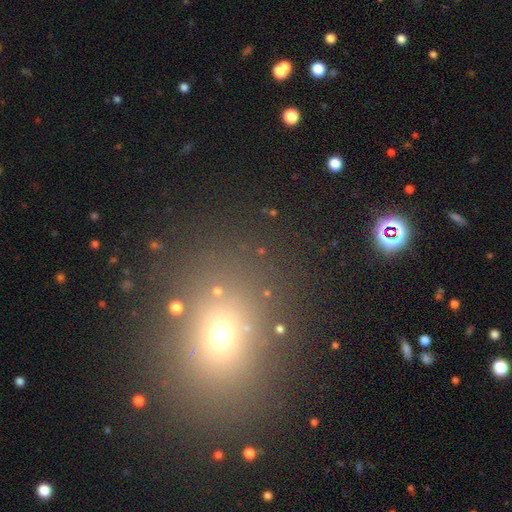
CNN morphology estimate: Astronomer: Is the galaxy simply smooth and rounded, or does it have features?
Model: smooth — 55% (runner-up: star or artifact, 35%).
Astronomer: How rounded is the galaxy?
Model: round — 59% (runner-up: in between, 39%).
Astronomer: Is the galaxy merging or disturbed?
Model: none — 84%.